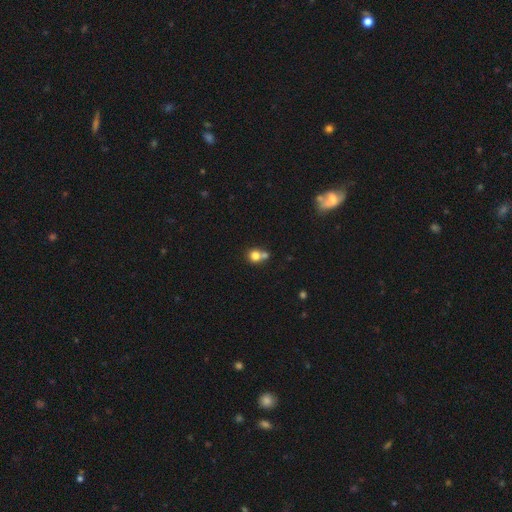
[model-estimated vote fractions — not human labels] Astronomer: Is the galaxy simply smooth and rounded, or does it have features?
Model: smooth — 78%.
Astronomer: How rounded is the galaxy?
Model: round — 85%.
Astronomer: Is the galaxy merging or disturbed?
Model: none — 45% (runner-up: merger, 44%).